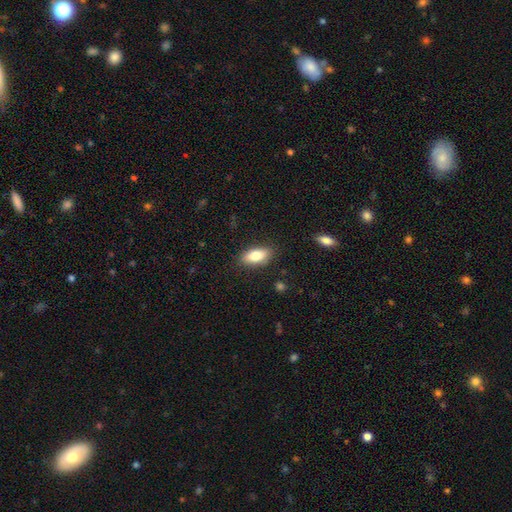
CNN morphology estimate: Smooth or featured? Predicted: smooth (p=0.79). How rounded? Predicted: in between (p=0.84). Merging? Predicted: none (p=0.86).